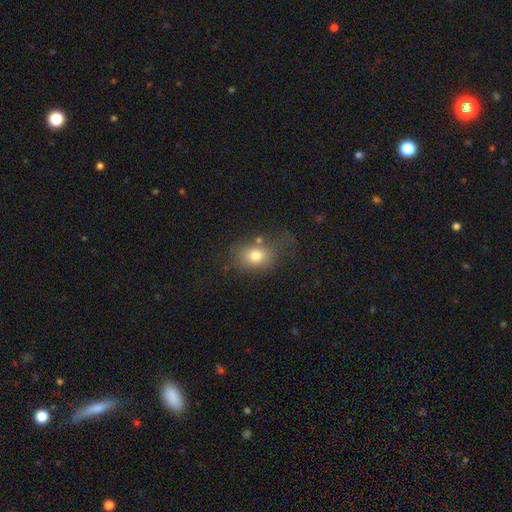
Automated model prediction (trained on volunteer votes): Smooth or featured? smooth (76%)
How rounded? in between (57%)
Merging? none (55%)